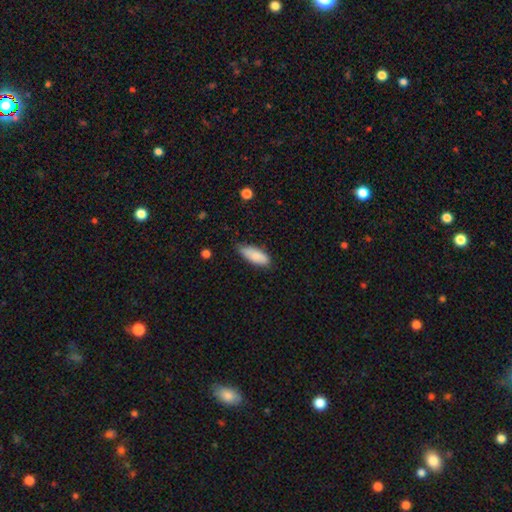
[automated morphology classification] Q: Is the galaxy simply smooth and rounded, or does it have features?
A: smooth — 86%.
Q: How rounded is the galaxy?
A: in between — 74%.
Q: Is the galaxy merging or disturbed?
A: none — 72%.